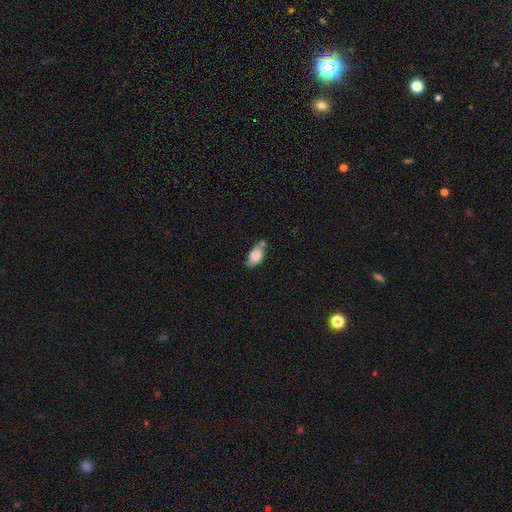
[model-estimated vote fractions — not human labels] Smooth or featured? smooth (81%)
How rounded? in between (88%)
Merging? none (48%)